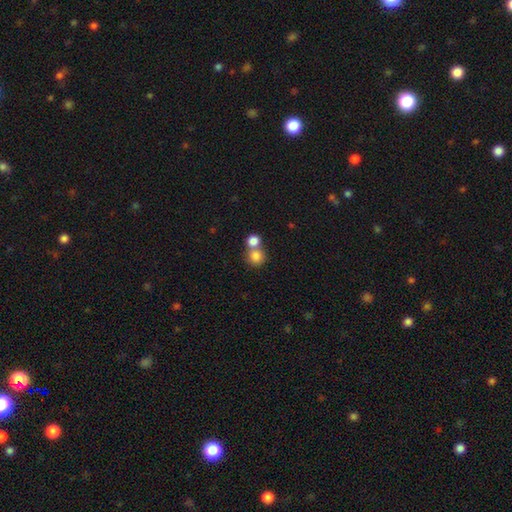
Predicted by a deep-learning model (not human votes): Overall: smooth (82%). How rounded: round (87%). Merging: merger (48%; none 43%).